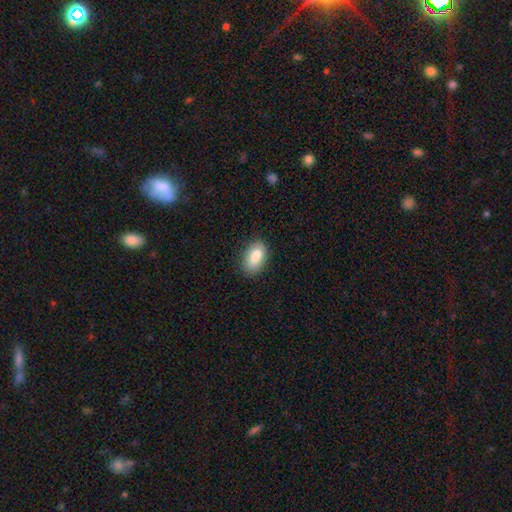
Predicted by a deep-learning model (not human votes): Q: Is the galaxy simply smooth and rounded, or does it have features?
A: smooth — 85%.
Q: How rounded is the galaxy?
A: in between — 93%.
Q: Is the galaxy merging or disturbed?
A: none — 85%.